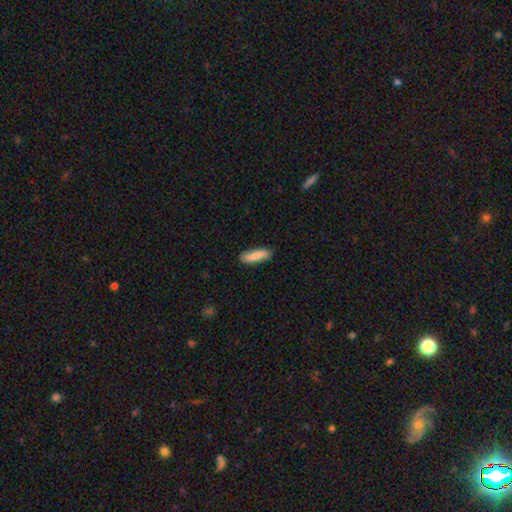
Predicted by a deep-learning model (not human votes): A smooth galaxy with no disk features (84%) that is cigar-shaped (63%).

Vote fractions:
- Smooth or featured? smooth: 84% / featured or disk: 10% / star or artifact: 5%
- How rounded? cigar-shaped: 63% / in between: 35% / round: 2%
- Merging? none: 84% / minor disturbance: 12% / major disturbance: 2% / merger: 1%